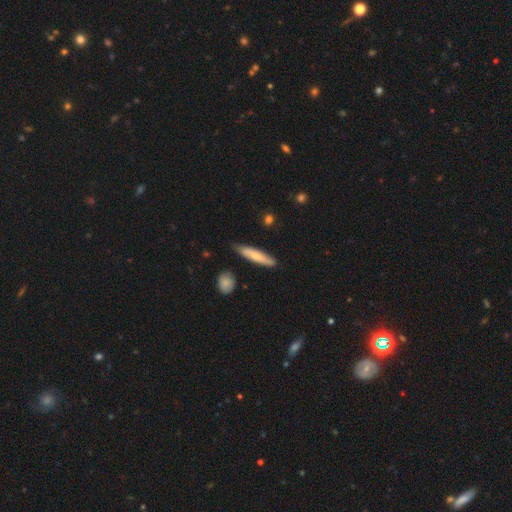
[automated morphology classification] Overall: smooth (68%). How rounded: cigar-shaped (84%). Merging: none (82%).